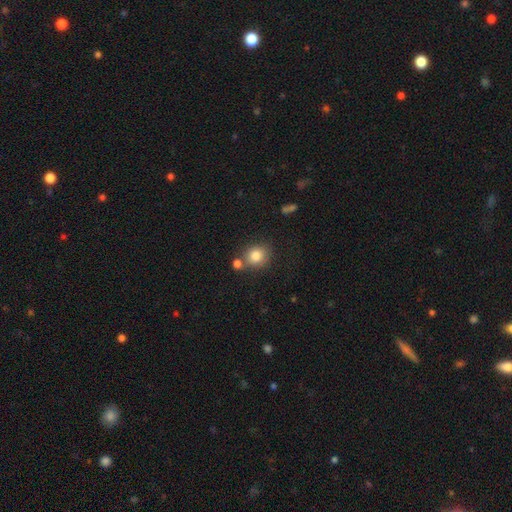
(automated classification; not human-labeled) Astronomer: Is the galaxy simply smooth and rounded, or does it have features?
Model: smooth — 82%.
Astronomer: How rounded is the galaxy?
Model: round — 77%.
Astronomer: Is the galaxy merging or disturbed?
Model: none — 66%.